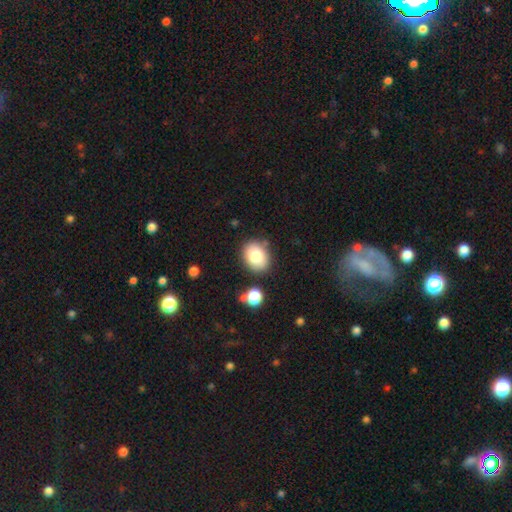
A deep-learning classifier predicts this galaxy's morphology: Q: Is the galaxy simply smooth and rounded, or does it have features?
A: smooth — 81%.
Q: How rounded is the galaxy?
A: in between — 60%.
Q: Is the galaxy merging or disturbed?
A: none — 79%.